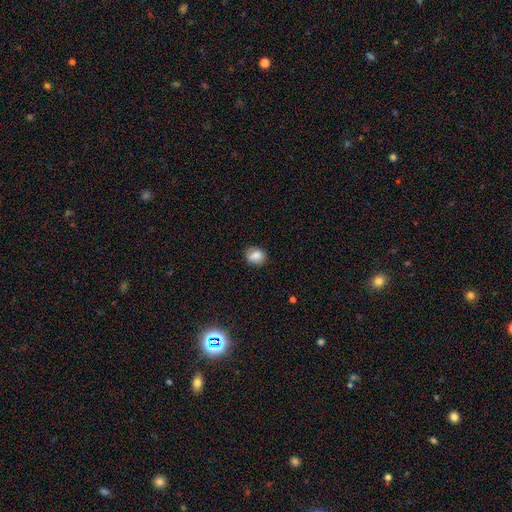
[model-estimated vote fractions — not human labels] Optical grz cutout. It shows a smooth galaxy with no disk features (82%) that is round (58%). Merging: none (82%).